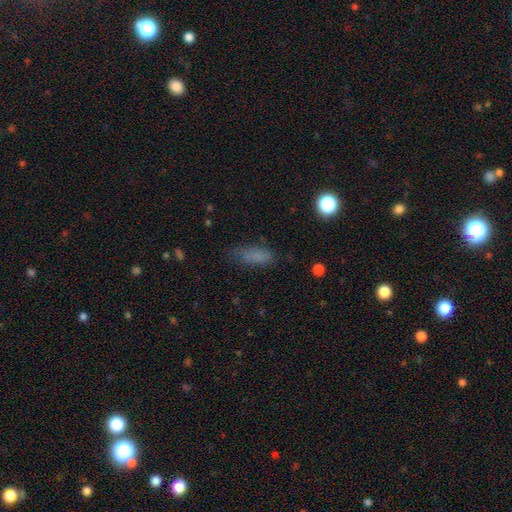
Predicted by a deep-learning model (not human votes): This is likely a smooth galaxy (75%). How rounded: likely in between (71%). Merging: likely none (61%).